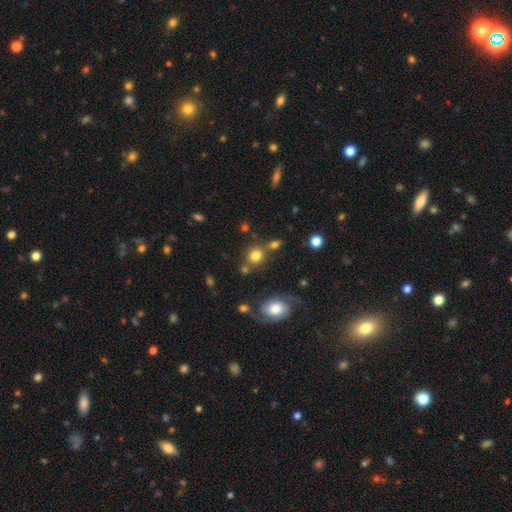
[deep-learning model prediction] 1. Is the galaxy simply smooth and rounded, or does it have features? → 79% smooth, 11% star or artifact, 9% featured or disk.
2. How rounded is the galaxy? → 83% round, 16% in between, 1% cigar-shaped.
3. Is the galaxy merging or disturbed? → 69% none, 16% merger, 10% minor disturbance, 5% major disturbance.